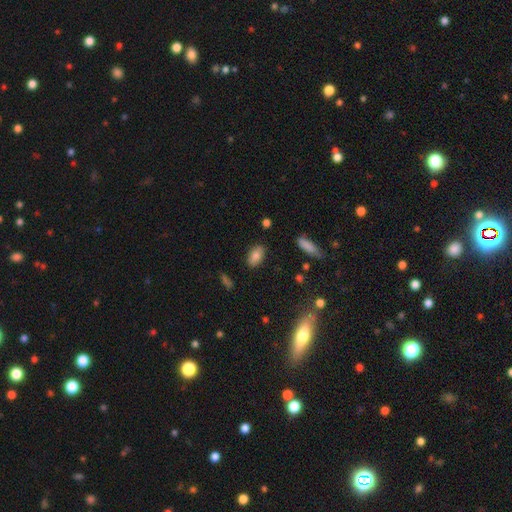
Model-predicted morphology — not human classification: A smooth galaxy with no disk features (80%) that is in between round and cigar-shaped (90%). Merging: none (86%).